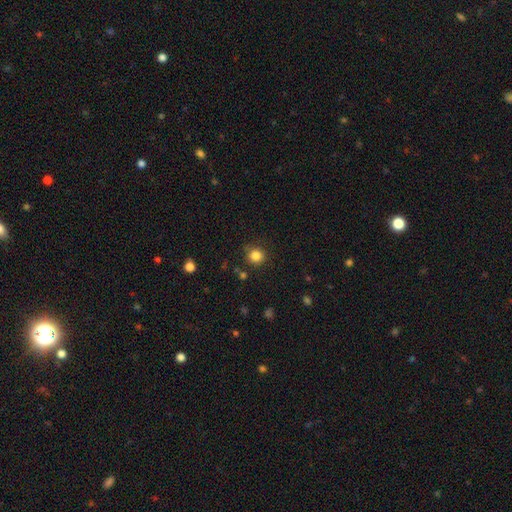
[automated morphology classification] This appears to be a smooth galaxy with no disk features (84%) that is round (92%). Merging: none (85%).